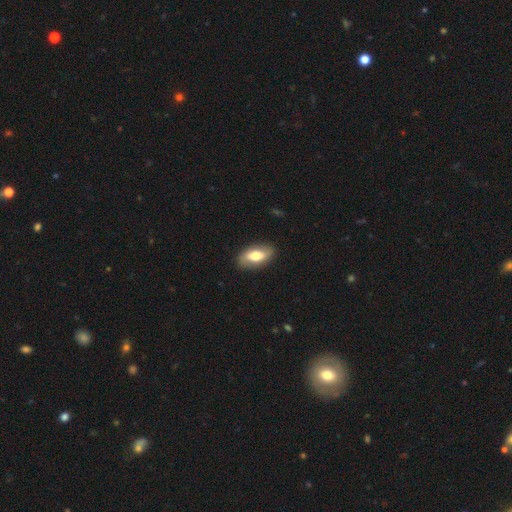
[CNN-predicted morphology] This appears to be a smooth galaxy with no disk features (61%) that is in between round and cigar-shaped (90%). Merging: none (86%).